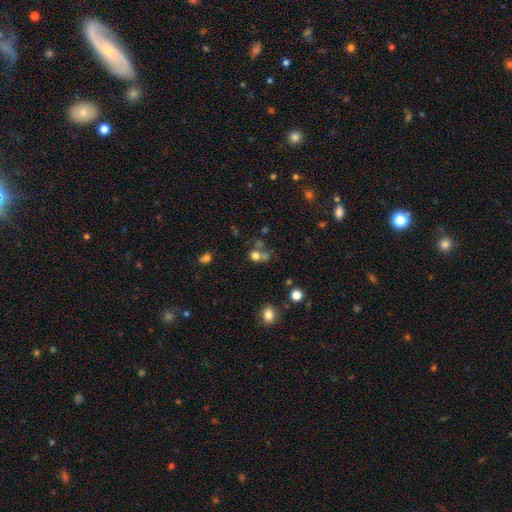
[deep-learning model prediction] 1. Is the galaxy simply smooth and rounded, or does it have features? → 69% smooth, 18% star or artifact, 13% featured or disk.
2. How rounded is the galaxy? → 73% round, 26% in between, 1% cigar-shaped.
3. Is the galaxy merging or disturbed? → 42% none, 39% merger, 12% minor disturbance, 8% major disturbance.